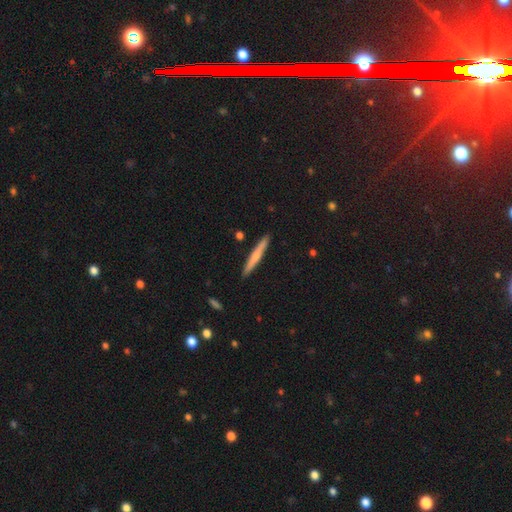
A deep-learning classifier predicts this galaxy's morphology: Overall: smooth (58%; featured or disk 37%). How rounded: cigar-shaped (96%). Merging: none (91%).